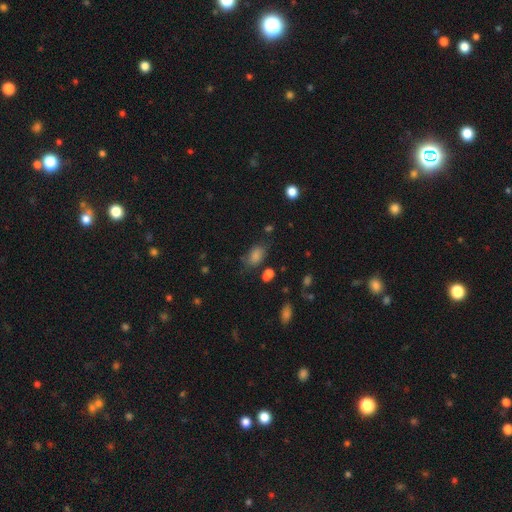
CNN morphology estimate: Smooth or featured? smooth (81%)
How rounded? in between (88%)
Merging? none (63%)